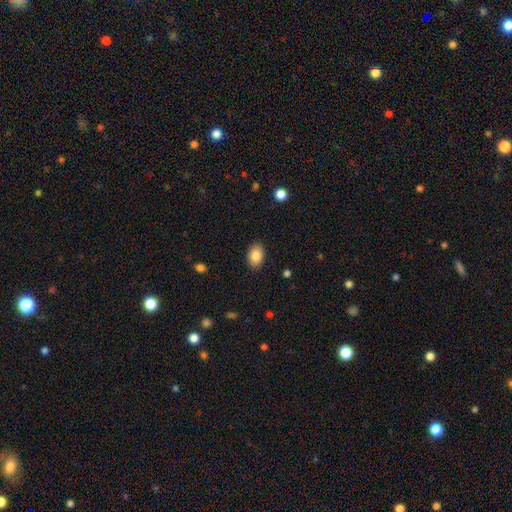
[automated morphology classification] Q: Smooth or featured?
A: smooth (84%); runner-up: featured or disk (8%)
Q: How rounded?
A: in between (86%); runner-up: round (13%)
Q: Merging?
A: none (89%); runner-up: minor disturbance (8%)